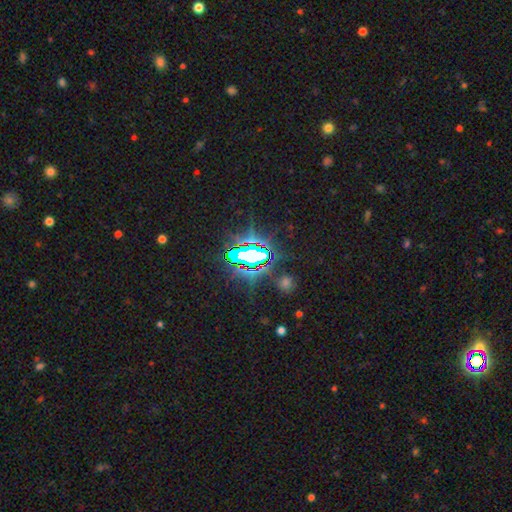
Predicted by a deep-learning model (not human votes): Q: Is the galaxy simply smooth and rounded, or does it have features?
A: star or artifact — 85%.